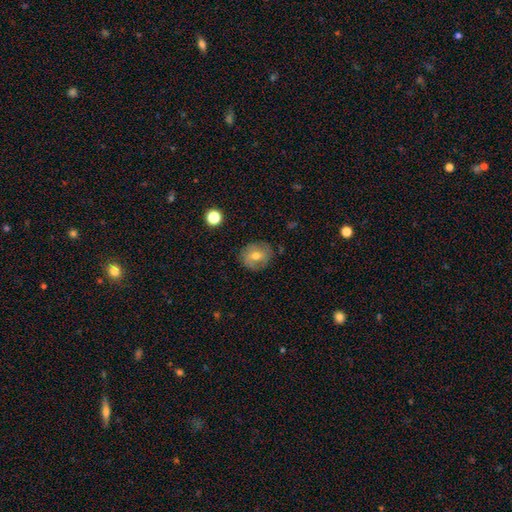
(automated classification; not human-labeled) smooth 61%, featured or disk 29%, star or artifact 10%. Down the decision tree: how rounded — round (79%); merging — none (79%).